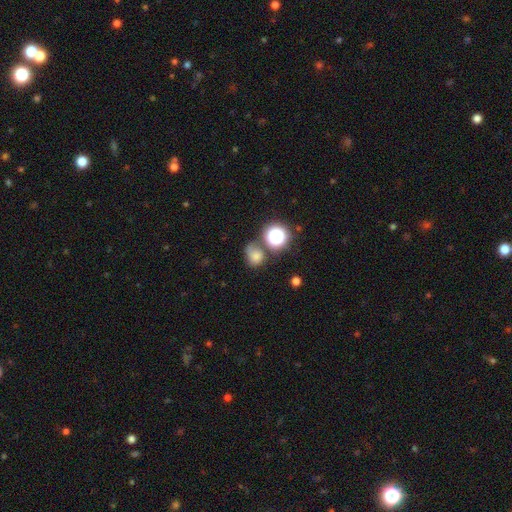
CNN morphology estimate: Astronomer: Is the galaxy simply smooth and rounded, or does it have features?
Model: smooth — 65%.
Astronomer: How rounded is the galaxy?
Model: round — 69%.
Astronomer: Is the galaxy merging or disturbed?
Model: none — 46% (runner-up: minor disturbance, 21%).